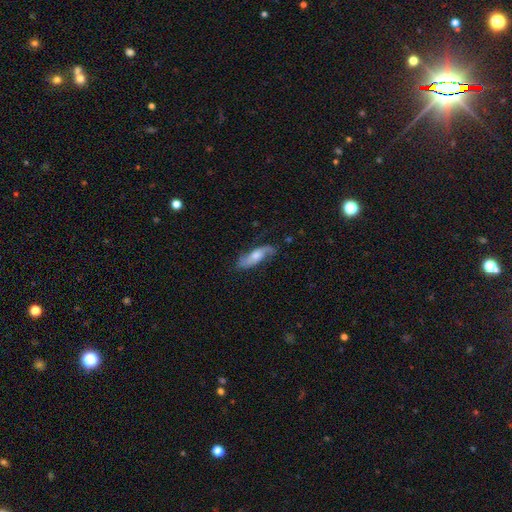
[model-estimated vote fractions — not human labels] This appears to be a featured or disk galaxy (55%). Merging: none (68%).